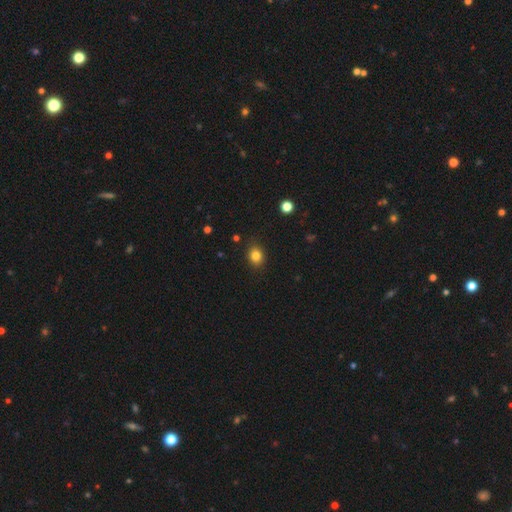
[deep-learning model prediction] smooth_or_featured: smooth (p=0.82) [alt: star or artifact p=0.12]
how_rounded: round (p=0.60) [alt: in between p=0.39]
merging: none (p=0.87) [alt: minor disturbance p=0.10]